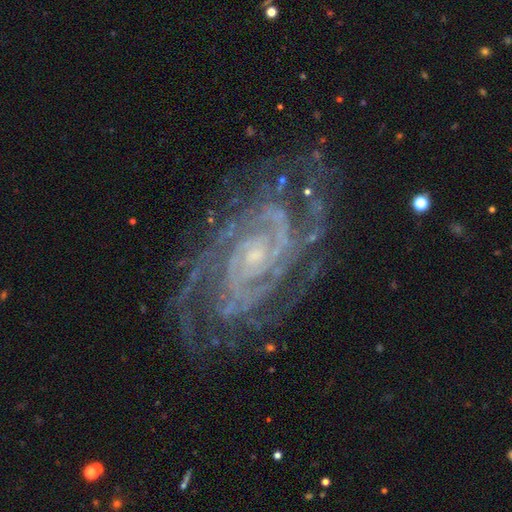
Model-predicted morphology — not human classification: Smooth or featured? Predicted: featured or disk (p=0.92). Edge-on disk? Predicted: no (p=0.97). Bar? Predicted: no (p=0.65). Spiral arms? Predicted: yes (p=0.99). Spiral winding? Predicted: tight (p=0.73). Spiral arm count? Predicted: 2 (p=0.38). Bulge size? Predicted: small (p=0.83). Merging? Predicted: none (p=0.77).